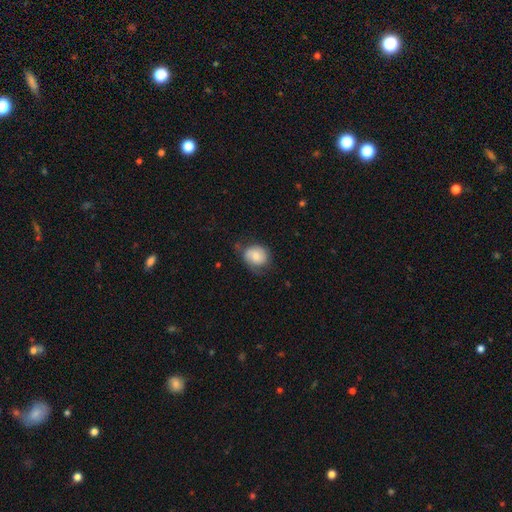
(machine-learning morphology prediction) Smooth or featured: smooth — 63% (featured or disk — 29%)
How rounded: round — 68% (in between — 31%)
Merging: none — 53% (minor disturbance — 32%)